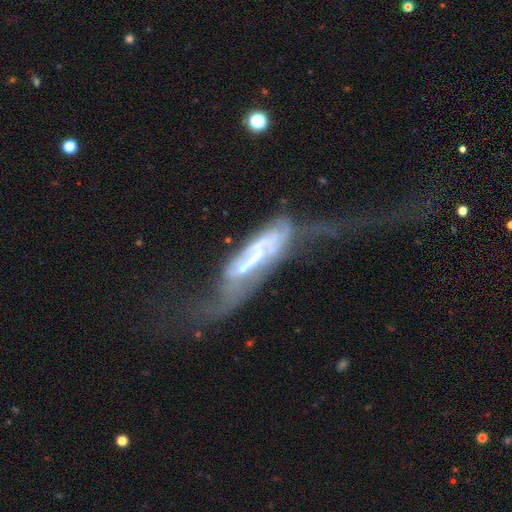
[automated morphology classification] This is likely a featured or disk galaxy (75%). It is likely not viewed edge-on (71%). Bar: marginally strong (42%). Spiral arm pattern: likely yes (65%). Central bulge: marginally moderate (42%). Merging: possibly major disturbance (50%).